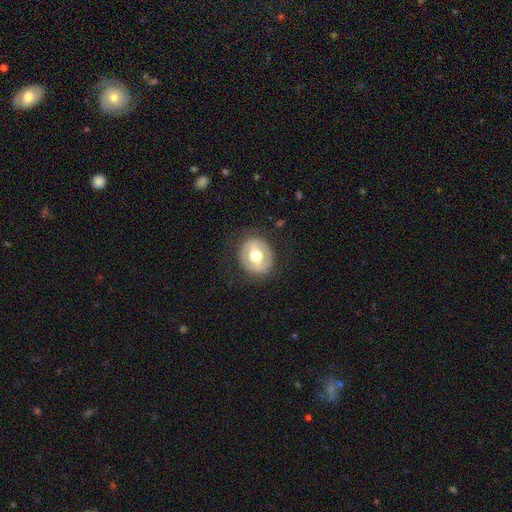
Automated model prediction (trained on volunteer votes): Smooth or featured? featured or disk (51%)
Edge-on disk? no (94%)
Merging? none (82%)